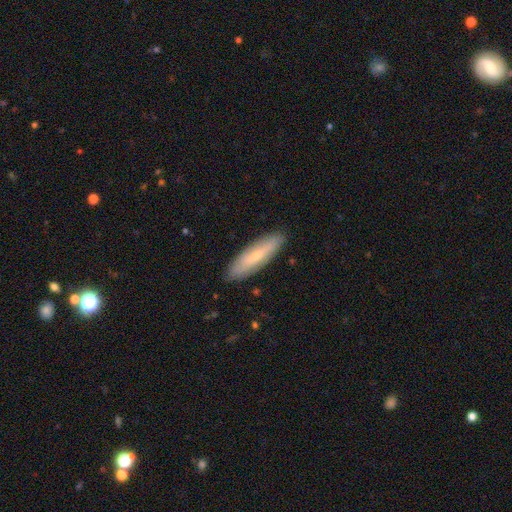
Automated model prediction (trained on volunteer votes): Morphology: type=smooth (60%); roundness=cigar-shaped (71%); merging=none (89%).